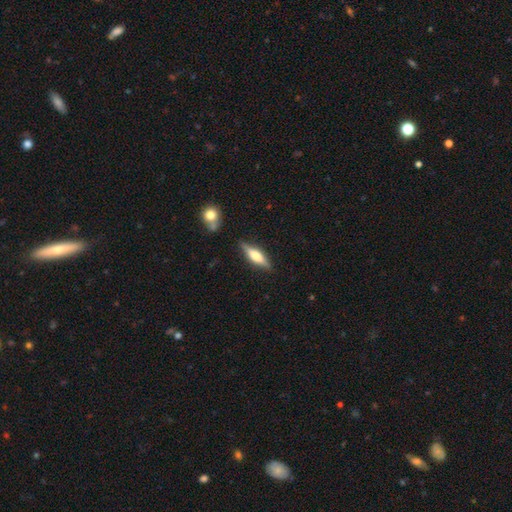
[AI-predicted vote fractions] Morphology: type=featured or disk (51%); edge-on=yes (94%); merging=none (84%).